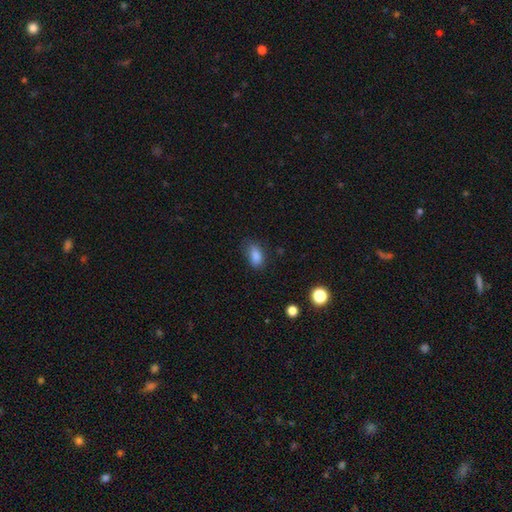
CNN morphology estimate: smooth_or_featured: smooth (p=0.85) [alt: star or artifact p=0.09]
how_rounded: in between (p=0.87) [alt: round p=0.08]
merging: none (p=0.72) [alt: minor disturbance p=0.21]